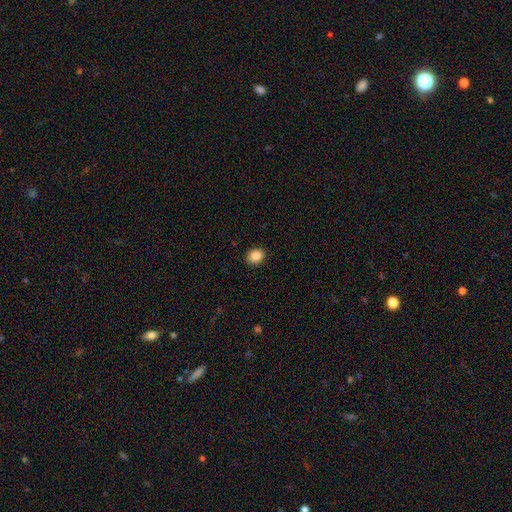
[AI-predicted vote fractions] A smooth galaxy with no disk features (87%) that is round (55%).

Vote fractions:
- Smooth or featured? smooth: 87% / star or artifact: 9% / featured or disk: 4%
- How rounded? round: 55% / in between: 45% / cigar-shaped: 1%
- Merging? none: 91% / minor disturbance: 6% / major disturbance: 2% / merger: 1%